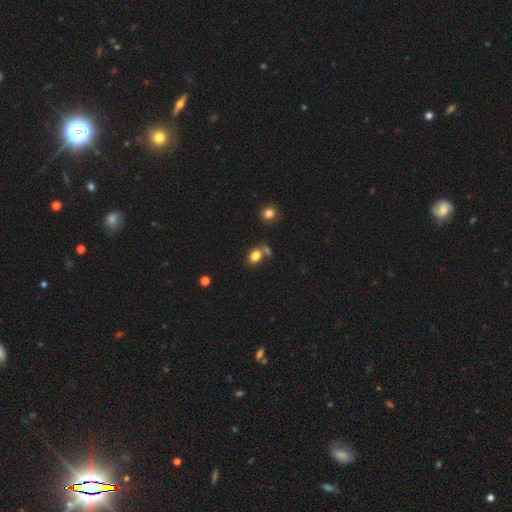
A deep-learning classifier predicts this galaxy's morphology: type=smooth (82%); roundness=in between (59%); merging=none (62%).